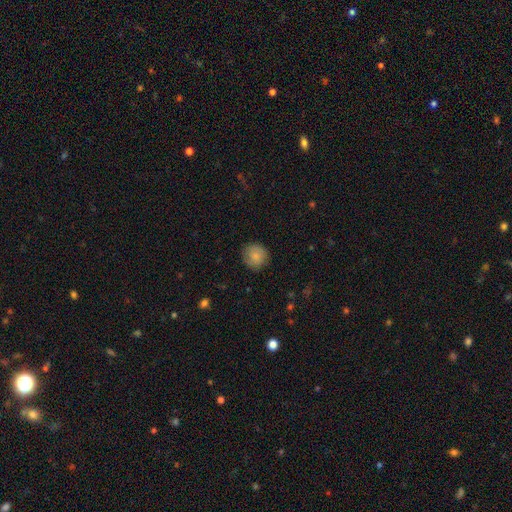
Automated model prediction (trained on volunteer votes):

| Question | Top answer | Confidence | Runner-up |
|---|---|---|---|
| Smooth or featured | smooth | 84% | featured or disk (9%) |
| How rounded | round | 92% | in between (7%) |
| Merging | none | 85% | minor disturbance (11%) |